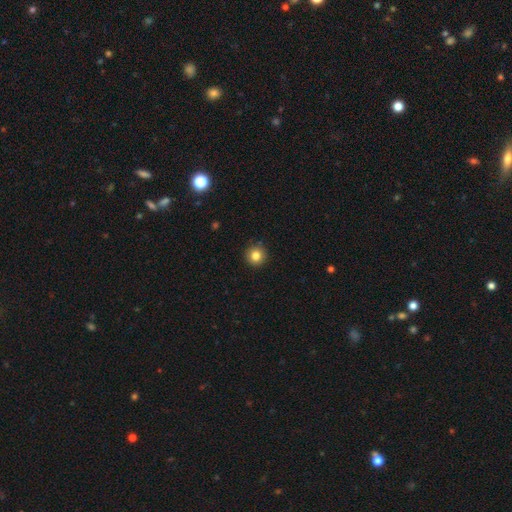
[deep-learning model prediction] Morphology: type=smooth (82%); roundness=round (95%); merging=none (92%).